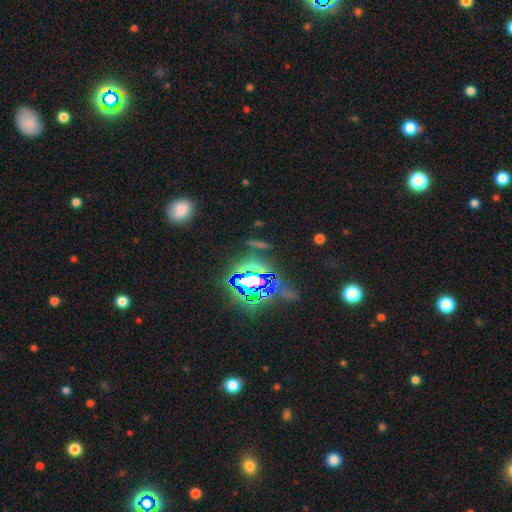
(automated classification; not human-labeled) star or artifact 81%, smooth 11%, featured or disk 8%.